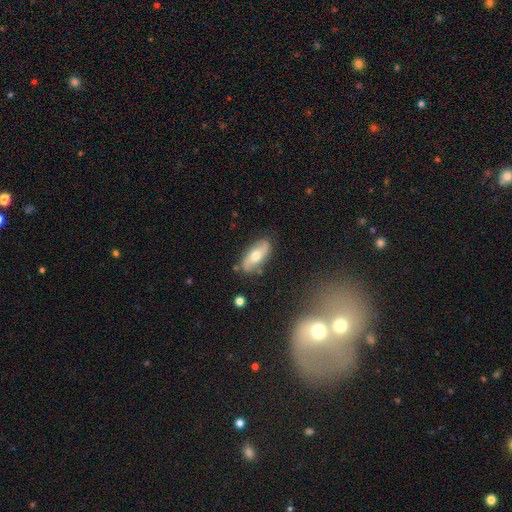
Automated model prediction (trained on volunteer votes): Smooth or featured?
  - featured or disk: 54% *
  - smooth: 40%
  - star or artifact: 7%
Edge-on disk?
  - no: 80% *
  - yes: 20%
Merging?
  - none: 80% *
  - minor disturbance: 14%
  - major disturbance: 3%
  - merger: 2%